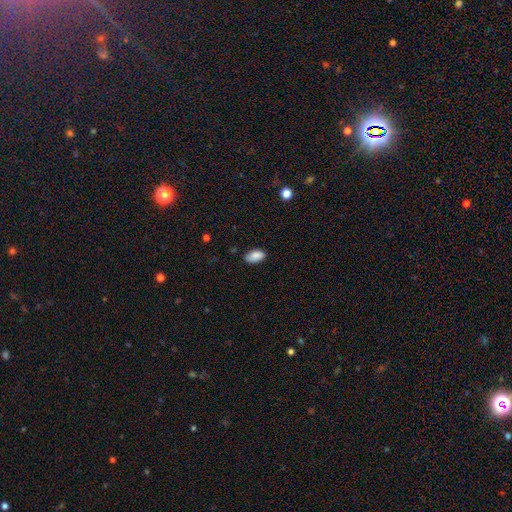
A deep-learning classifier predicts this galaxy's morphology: Q: Smooth or featured?
A: smooth (87%); runner-up: star or artifact (7%)
Q: How rounded?
A: in between (94%); runner-up: round (4%)
Q: Merging?
A: none (80%); runner-up: minor disturbance (16%)